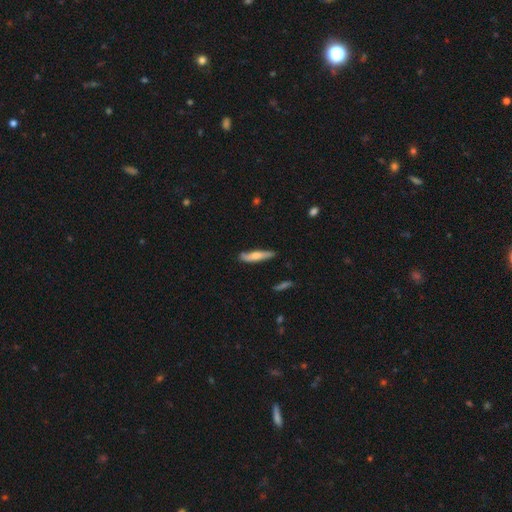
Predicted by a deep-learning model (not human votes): smooth 58%, featured or disk 36%, star or artifact 6%. Down the decision tree: how rounded — cigar-shaped (84%); merging — none (75%).